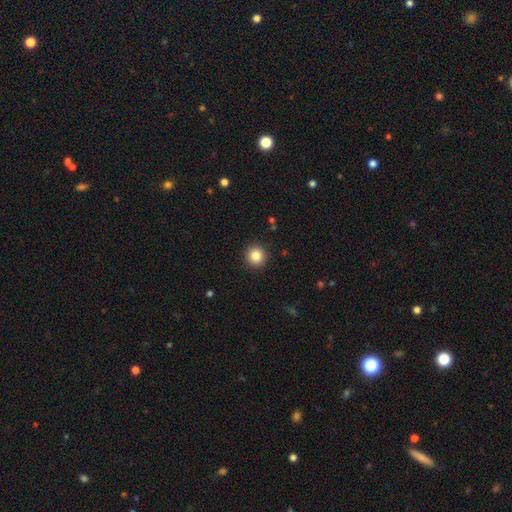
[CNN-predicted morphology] This appears to be a smooth galaxy with no disk features (85%) that is round (95%). Merging: none (92%).